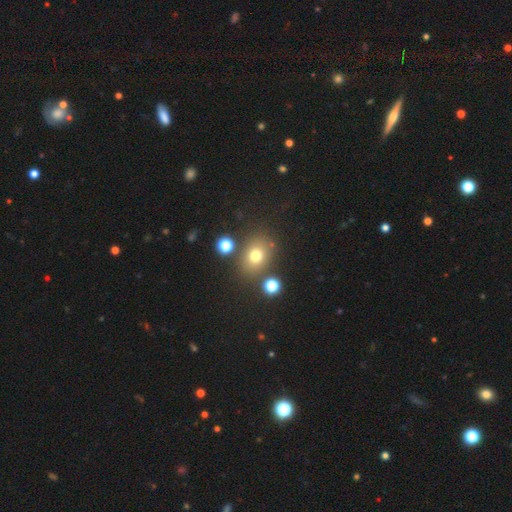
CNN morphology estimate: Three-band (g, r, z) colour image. It shows a smooth galaxy with no disk features (73%) that is round (51%). Merging: none (78%).